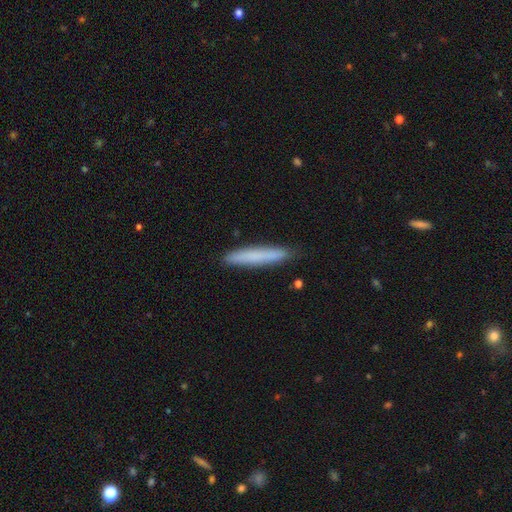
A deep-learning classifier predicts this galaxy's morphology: Smooth or featured? smooth (75%)
How rounded? cigar-shaped (95%)
Merging? none (89%)